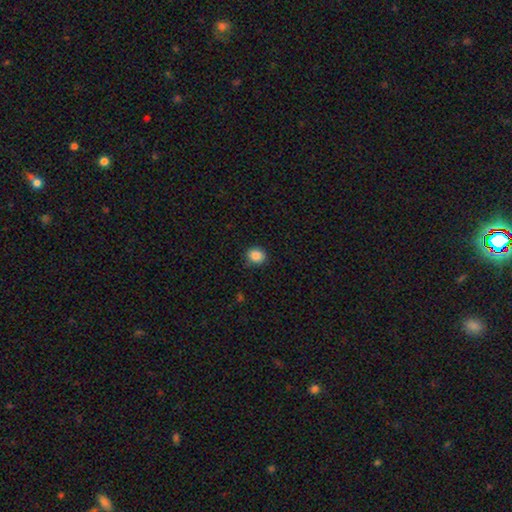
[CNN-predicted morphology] The model was most divided on "how rounded": round: 73%, in between: 26%, cigar-shaped: 1%. More confident: smooth or featured — smooth (87%); merging — none (86%).